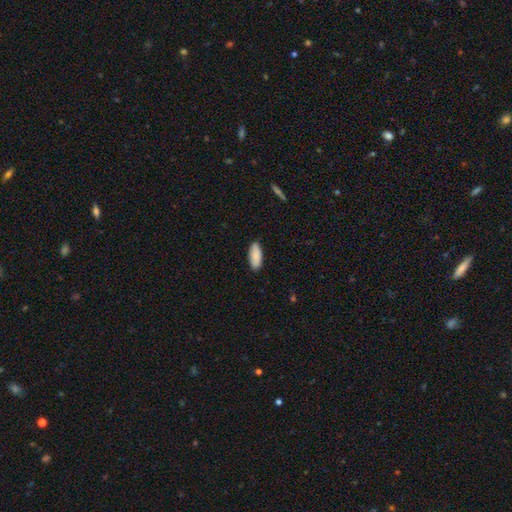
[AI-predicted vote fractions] Smooth or featured? smooth (89%)
How rounded? in between (81%)
Merging? none (88%)